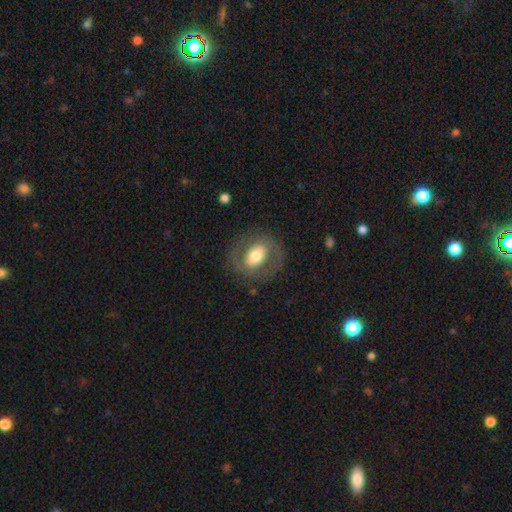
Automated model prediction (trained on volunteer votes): featured or disk 56%, smooth 37%, star or artifact 6%. Down the decision tree: edge-on disk — no (95%); bar — no (44%); spiral arms — no (52%); bulge size — moderate (59%); merging — none (78%).